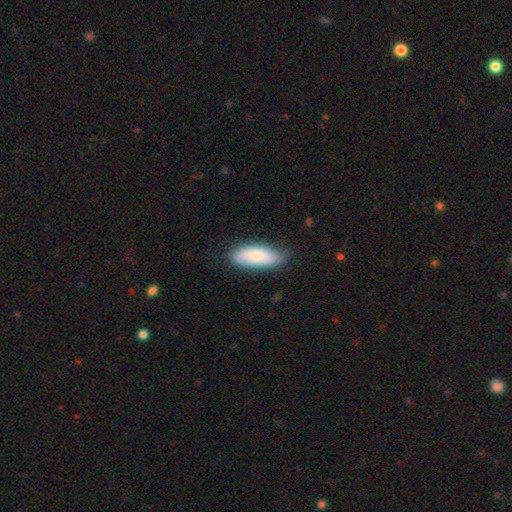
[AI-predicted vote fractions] The model was most divided on "how rounded": in between: 73%, cigar-shaped: 26%, round: 2%. More confident: smooth or featured — smooth (79%); merging — none (73%).